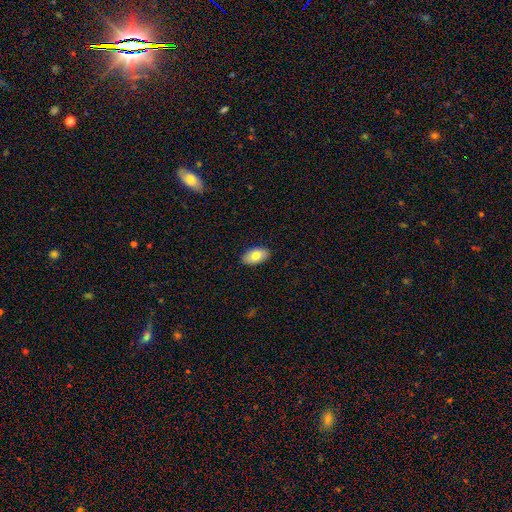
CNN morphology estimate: Smooth or featured? smooth (78%)
How rounded? in between (94%)
Merging? none (89%)